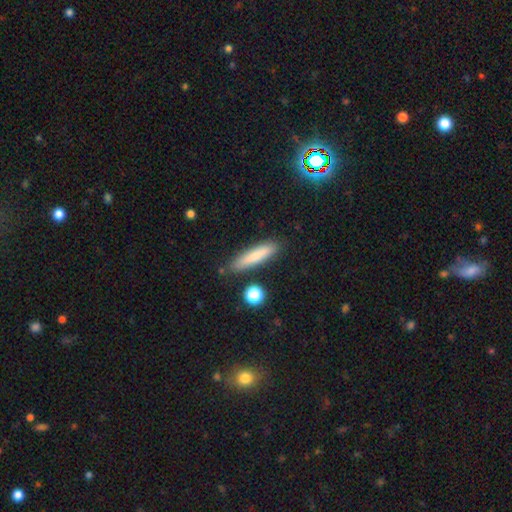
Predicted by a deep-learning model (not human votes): Q: Smooth or featured?
A: smooth (76%); runner-up: featured or disk (17%)
Q: How rounded?
A: cigar-shaped (84%); runner-up: in between (14%)
Q: Merging?
A: none (83%); runner-up: minor disturbance (11%)